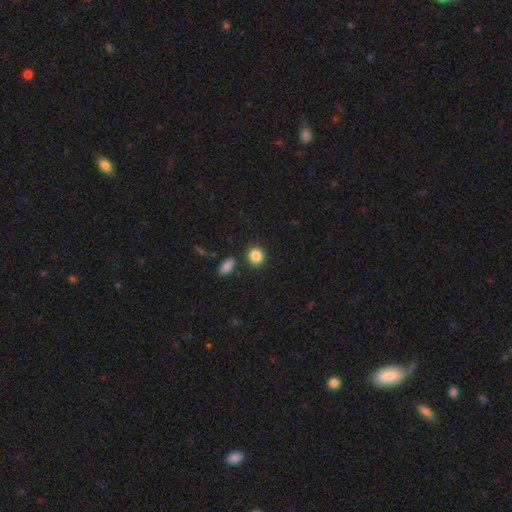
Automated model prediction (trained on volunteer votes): A smooth galaxy with no disk features (87%) that is round (83%).

Vote fractions:
- Smooth or featured? smooth: 87% / star or artifact: 9% / featured or disk: 4%
- How rounded? round: 83% / in between: 16% / cigar-shaped: 1%
- Merging? none: 83% / minor disturbance: 8% / merger: 6% / major disturbance: 3%